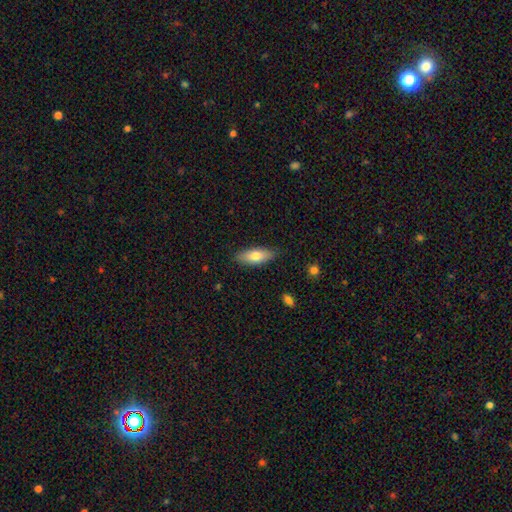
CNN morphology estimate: Smooth or featured: smooth — 73% (featured or disk — 20%)
How rounded: in between — 68% (cigar-shaped — 29%)
Merging: none — 87% (minor disturbance — 10%)